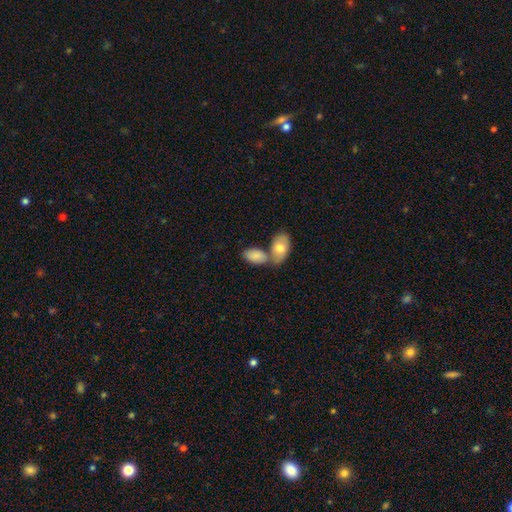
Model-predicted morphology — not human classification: smooth_or_featured: smooth (p=0.83) [alt: featured or disk p=0.11]
how_rounded: in between (p=0.94) [alt: round p=0.04]
merging: merger (p=0.49) [alt: none p=0.36]